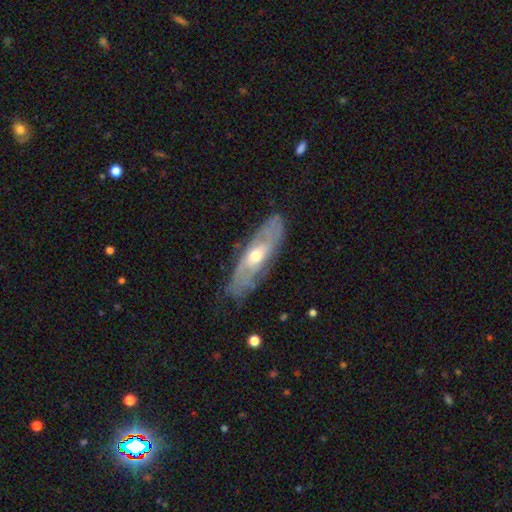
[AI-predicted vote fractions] A featured or disk galaxy (72%) with no bar (64%), spiral arms (75%) and a moderate central bulge (62%).

Vote fractions:
- Smooth or featured? featured or disk: 72% / smooth: 20% / star or artifact: 8%
- Edge-on disk? no: 70% / yes: 30%
- Bar? no: 64% / weak: 28% / strong: 9%
- Spiral arms? yes: 75% / no: 25%
- Bulge size? moderate: 62% / small: 34% / large: 3% / none: 1% / dominant: 1%
- Merging? none: 83% / minor disturbance: 13% / major disturbance: 3% / merger: 1%